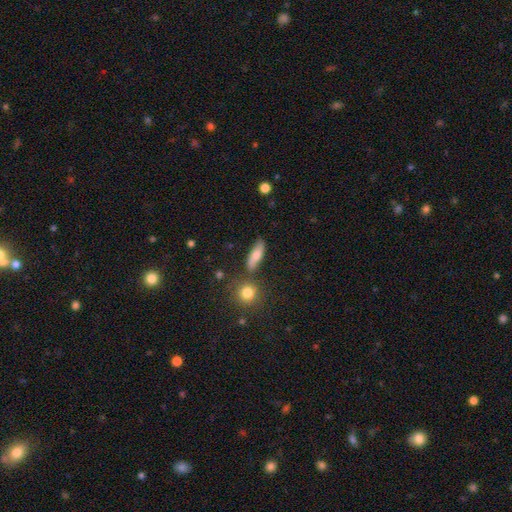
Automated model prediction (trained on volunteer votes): A smooth galaxy with no disk features (70%) that is in between round and cigar-shaped (54%).

Vote fractions:
- Smooth or featured? smooth: 70% / featured or disk: 22% / star or artifact: 8%
- How rounded? in between: 54% / cigar-shaped: 40% / round: 6%
- Merging? none: 73% / minor disturbance: 15% / merger: 7% / major disturbance: 4%